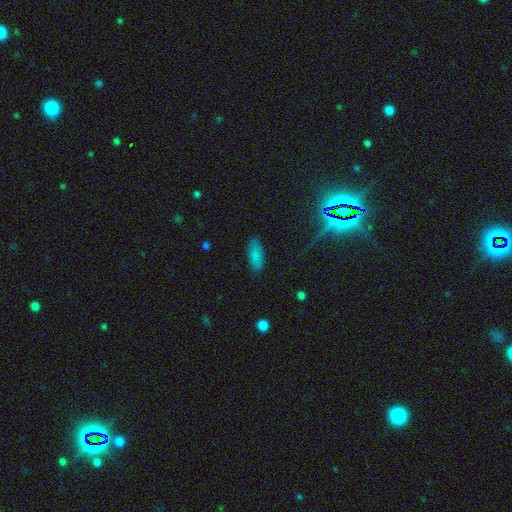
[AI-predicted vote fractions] Smooth or featured?
  - smooth: 84% *
  - star or artifact: 10%
  - featured or disk: 7%
How rounded?
  - in between: 81% *
  - cigar-shaped: 17%
  - round: 2%
Merging?
  - none: 85% *
  - minor disturbance: 11%
  - major disturbance: 3%
  - merger: 1%